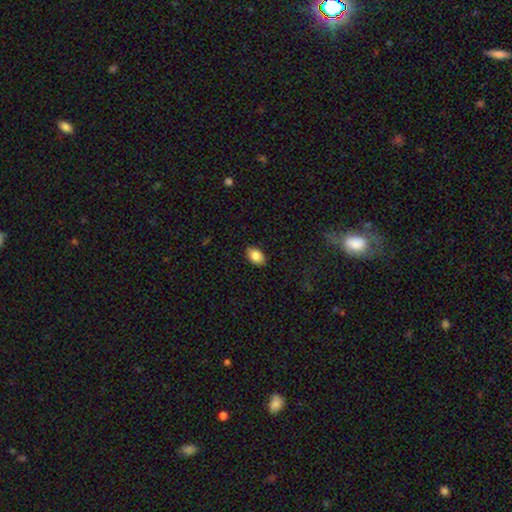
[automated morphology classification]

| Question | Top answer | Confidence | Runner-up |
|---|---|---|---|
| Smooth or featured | smooth | 86% | star or artifact (7%) |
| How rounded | in between | 90% | round (8%) |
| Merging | none | 88% | minor disturbance (9%) |